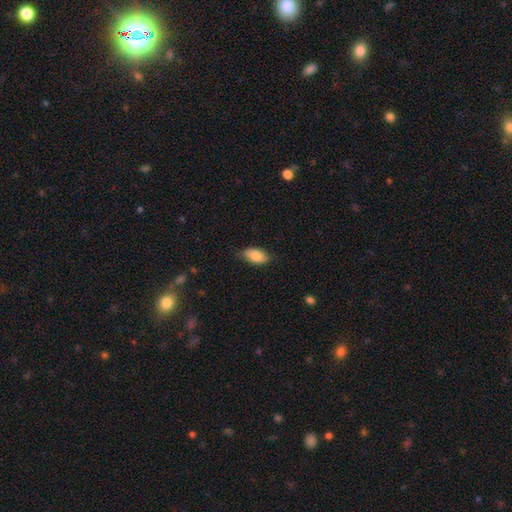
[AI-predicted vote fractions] Smooth or featured: smooth — 85% (featured or disk — 9%)
How rounded: in between — 93% (cigar-shaped — 4%)
Merging: none — 80% (minor disturbance — 17%)